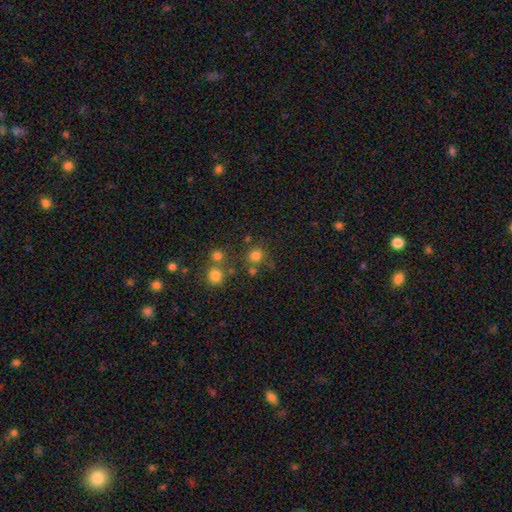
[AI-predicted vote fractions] Smooth or featured: smooth — 76% (star or artifact — 17%)
How rounded: round — 87% (in between — 12%)
Merging: none — 68% (merger — 16%)